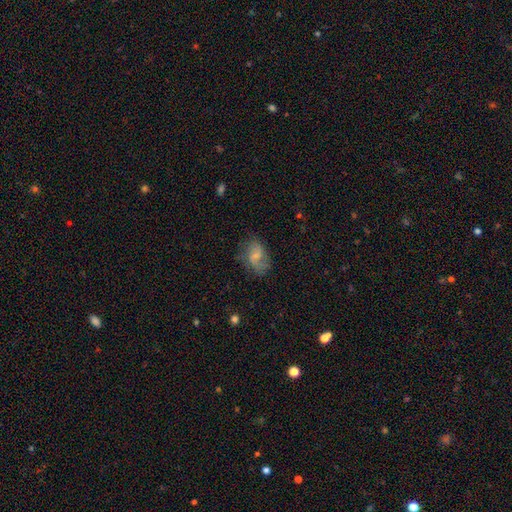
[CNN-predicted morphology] A featured or disk galaxy (47%).

Vote fractions:
- Smooth or featured? featured or disk: 47% / smooth: 45% / star or artifact: 9%
- Merging? none: 59% / minor disturbance: 25% / major disturbance: 14% / merger: 2%